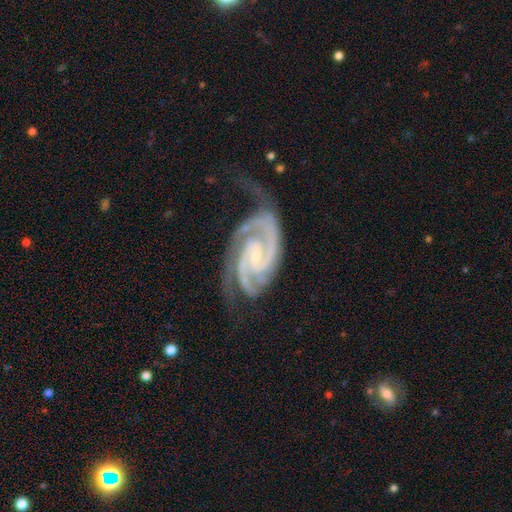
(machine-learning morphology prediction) A featured or disk galaxy (94%) with no bar (41%), 2 (63%) tight (58%) spiral arms (99%) and a small central bulge (77%). Merging: none (58%).